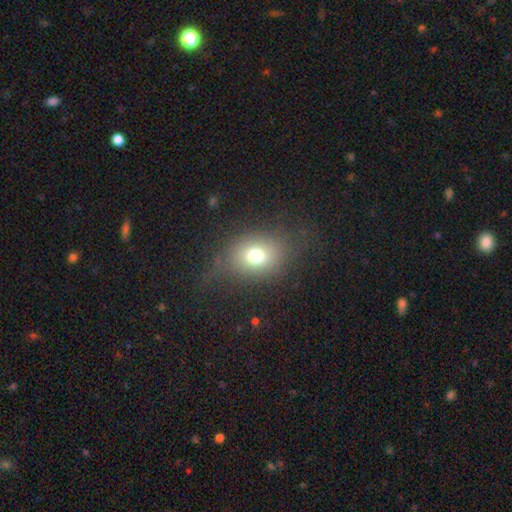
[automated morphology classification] type=smooth (71%); roundness=in between (55%); merging=none (70%).